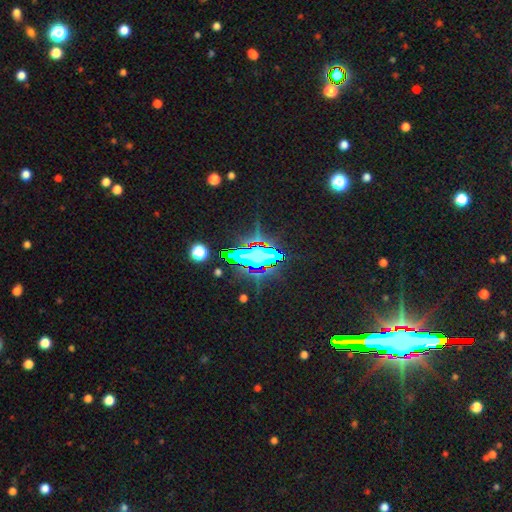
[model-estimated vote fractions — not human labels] Morphology: type=star or artifact (64%).